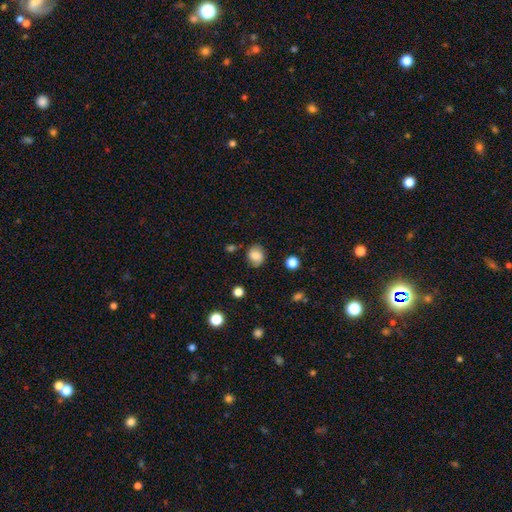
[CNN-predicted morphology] This appears to be a smooth galaxy with no disk features (77%) that is round (67%). Merging: none (71%).